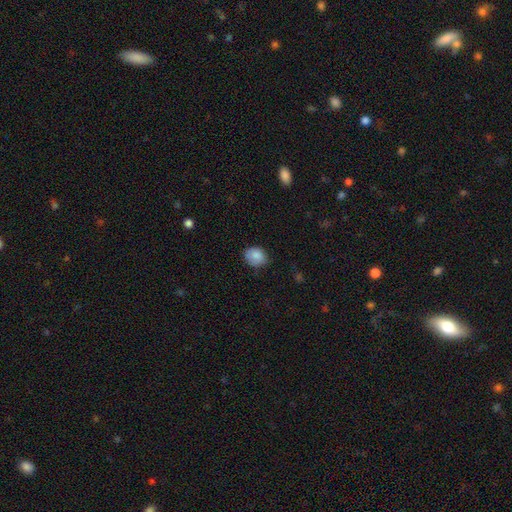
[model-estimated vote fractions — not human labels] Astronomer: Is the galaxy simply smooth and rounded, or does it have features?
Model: smooth — 84%.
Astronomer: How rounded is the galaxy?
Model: in between — 50% (runner-up: round, 49%).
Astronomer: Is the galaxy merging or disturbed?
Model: none — 71%.